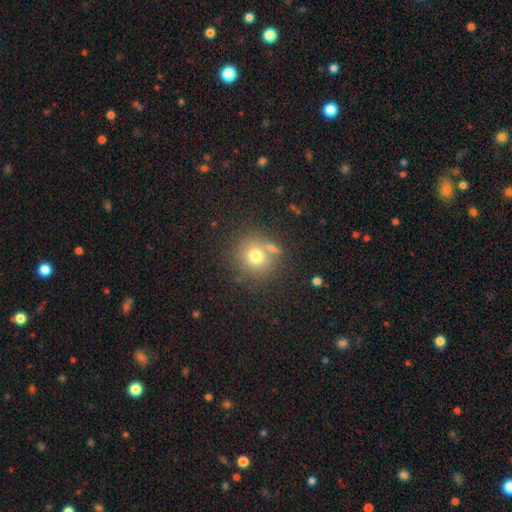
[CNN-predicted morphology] Smooth or featured: smooth — 73% (star or artifact — 14%)
How rounded: round — 89% (in between — 10%)
Merging: none — 68% (merger — 16%)